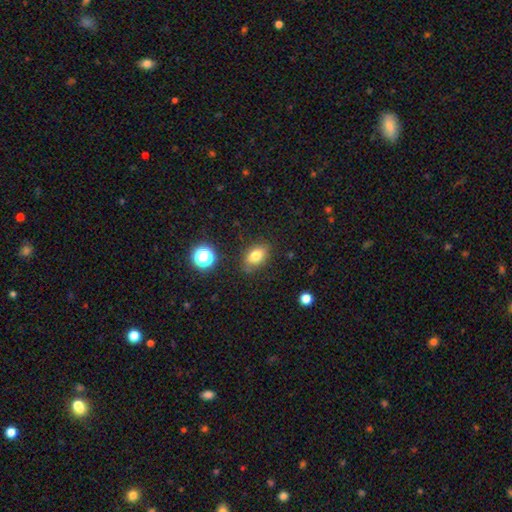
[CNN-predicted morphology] type=smooth (78%); roundness=in between (79%); merging=none (81%).